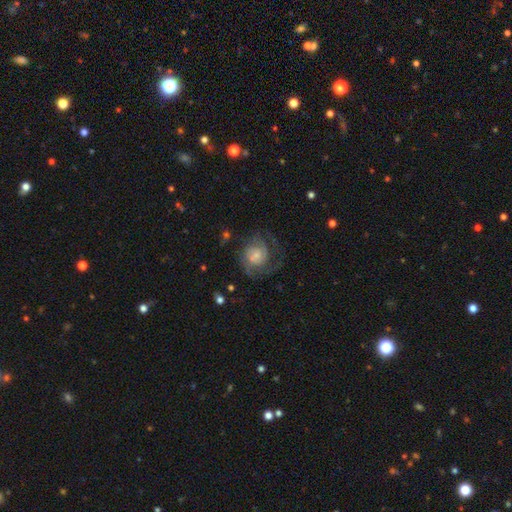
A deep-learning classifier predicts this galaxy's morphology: Smooth or featured: featured or disk — 69% (smooth — 23%)
Edge-on disk: no — 98% (yes — 2%)
Bar: no — 68% (weak — 28%)
Spiral arms: yes — 88% (no — 12%)
Spiral winding: medium — 42% (tight — 40%)
Spiral arm count: 2 — 39% (can't tell — 28%)
Bulge size: small — 60% (moderate — 24%)
Merging: none — 56% (major disturbance — 23%)